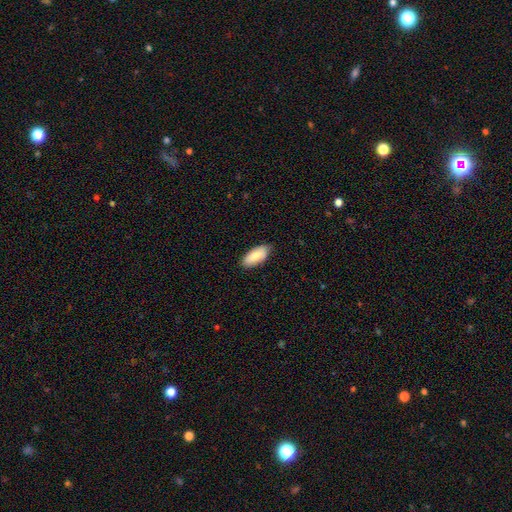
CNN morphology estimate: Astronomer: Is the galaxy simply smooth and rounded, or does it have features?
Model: smooth — 81%.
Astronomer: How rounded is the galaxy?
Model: in between — 89%.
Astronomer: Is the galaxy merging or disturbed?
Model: none — 84%.